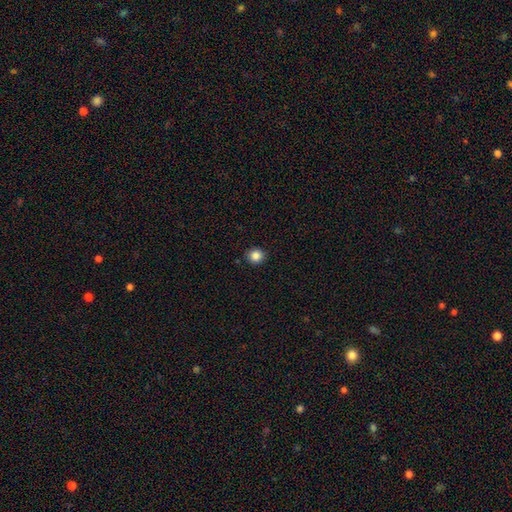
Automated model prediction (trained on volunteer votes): This appears to be a smooth galaxy with no disk features (85%) that is round (88%). Merging: none (90%).